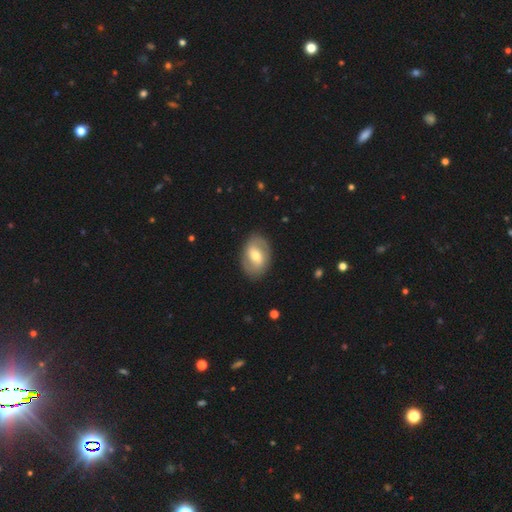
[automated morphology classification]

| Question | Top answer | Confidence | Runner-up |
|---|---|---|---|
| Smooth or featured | featured or disk | 60% | smooth (34%) |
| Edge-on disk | no | 95% | yes (5%) |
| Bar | weak | 46% | strong (29%) |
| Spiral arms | yes | 65% | no (35%) |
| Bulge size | moderate | 67% | small (24%) |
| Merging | none | 84% | minor disturbance (11%) |